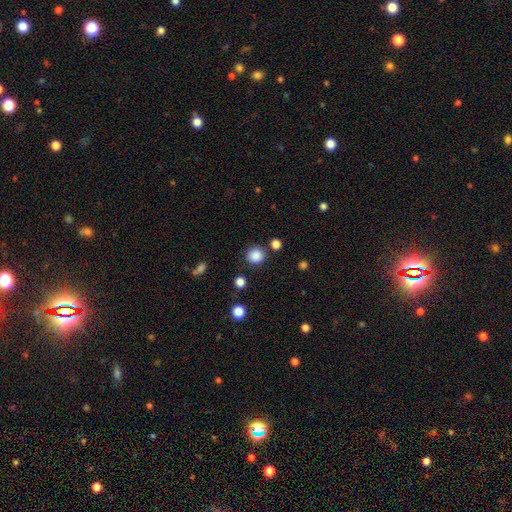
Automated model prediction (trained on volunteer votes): Q: Smooth or featured?
A: smooth (86%); runner-up: star or artifact (11%)
Q: How rounded?
A: round (88%); runner-up: in between (11%)
Q: Merging?
A: none (83%); runner-up: minor disturbance (10%)